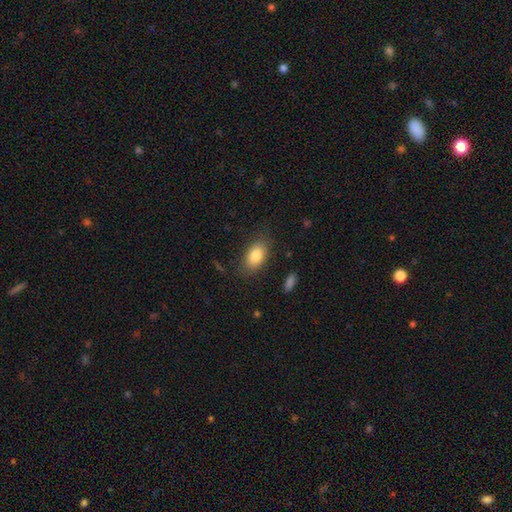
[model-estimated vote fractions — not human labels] This appears to be a smooth galaxy with no disk features (83%) that is in between round and cigar-shaped (89%). Merging: none (80%).